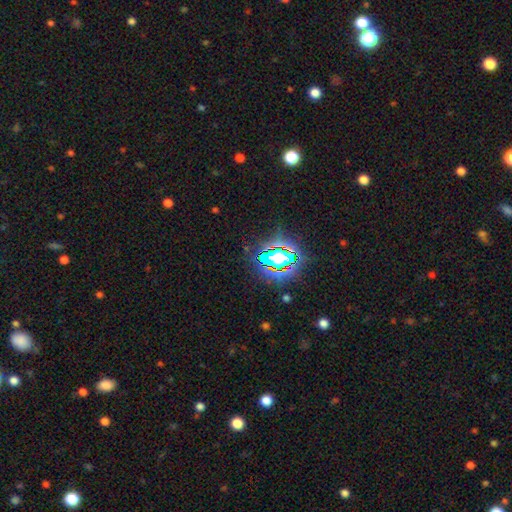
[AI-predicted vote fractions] star or artifact 82%, smooth 10%, featured or disk 7%.